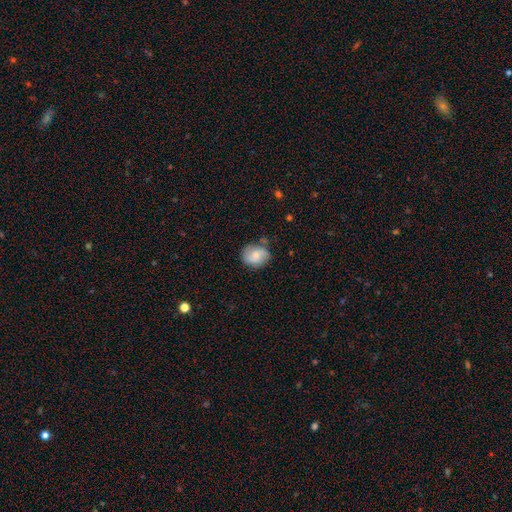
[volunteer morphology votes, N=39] Overall: smooth (67%; featured or disk 28%). How rounded: round (62%; in between 38%). Merging: none (73%).